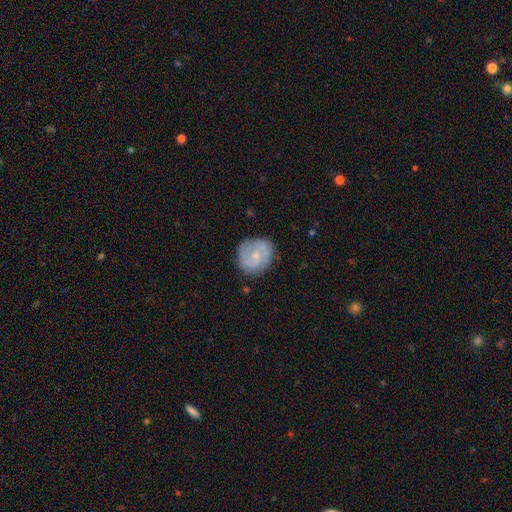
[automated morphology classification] The model was most divided on "bar": no: 49%, weak: 43%, strong: 8%. Remaining: edge-on disk — no (98%); spiral arms — yes (88%); merging — none (78%); spiral arm count — 2 (73%); smooth or featured — featured or disk (67%); bulge size — small (64%); spiral winding — medium (45%).